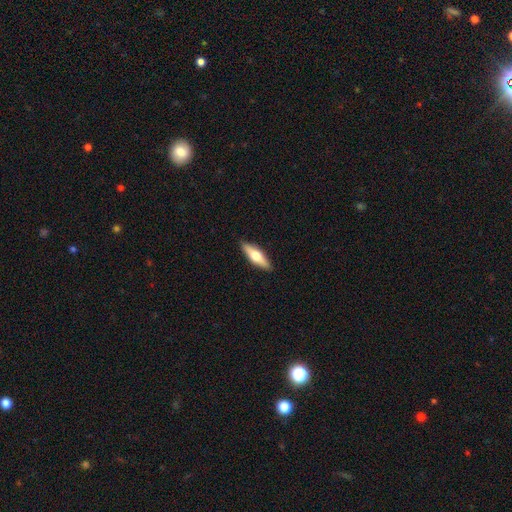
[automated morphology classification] Q: Smooth or featured?
A: smooth (49%); runner-up: featured or disk (45%)
Q: Merging?
A: none (90%); runner-up: minor disturbance (7%)